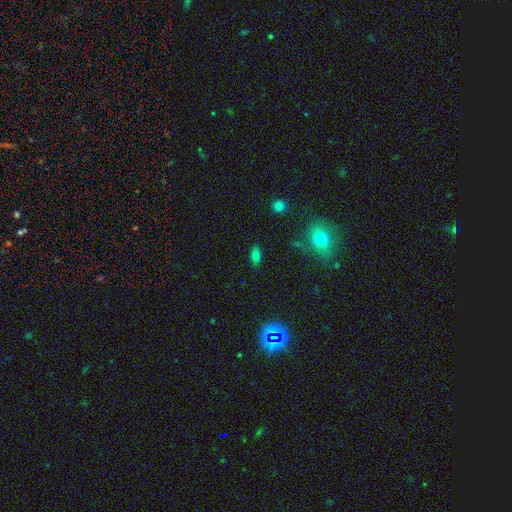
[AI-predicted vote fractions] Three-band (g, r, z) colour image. It shows a smooth galaxy with no disk features (74%) that is in between round and cigar-shaped (85%). Merging: none (84%).